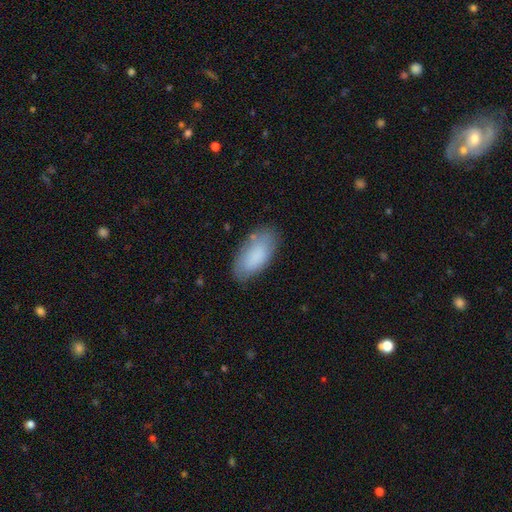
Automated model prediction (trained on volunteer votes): smooth-or-featured: smooth: 84% | featured or disk: 10% | star or artifact: 6%
  how-rounded: in between: 93% | cigar-shaped: 5% | round: 2%
  merging: none: 77% | minor disturbance: 17% | major disturbance: 4% | merger: 2%